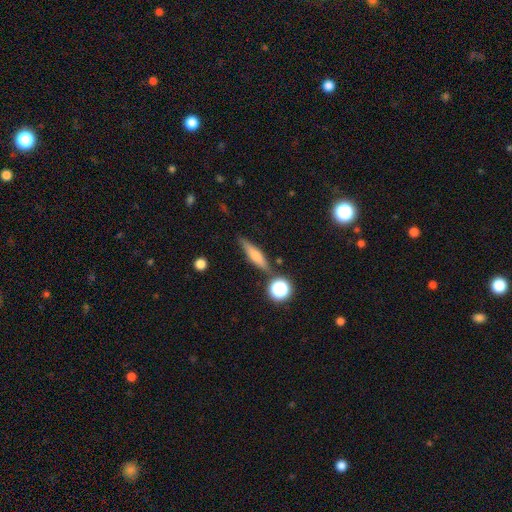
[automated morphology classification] Smooth or featured? Predicted: smooth (p=0.55). How rounded? Predicted: cigar-shaped (p=0.73). Merging? Predicted: none (p=0.78).